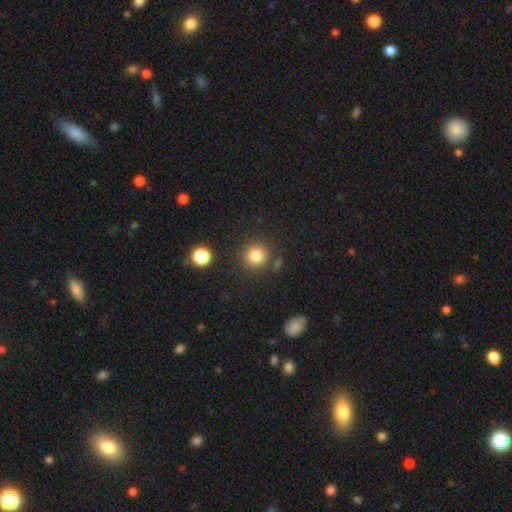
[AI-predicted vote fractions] A smooth galaxy with no disk features (83%) that is round (93%).

Vote fractions:
- Smooth or featured? smooth: 83% / star or artifact: 11% / featured or disk: 5%
- How rounded? round: 93% / in between: 7% / cigar-shaped: 1%
- Merging? none: 83% / minor disturbance: 8% / merger: 5% / major disturbance: 3%